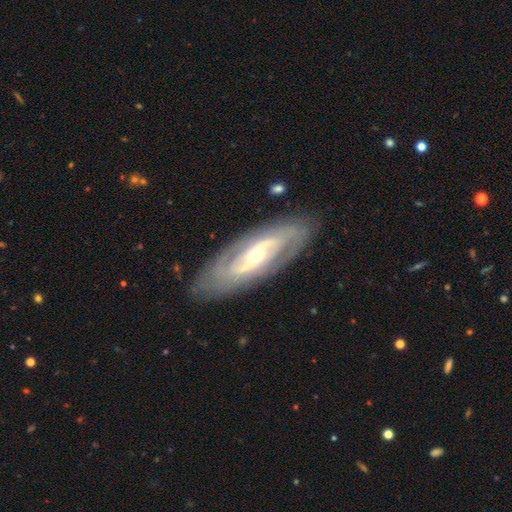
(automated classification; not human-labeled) Q: Smooth or featured?
A: featured or disk (82%); runner-up: smooth (13%)
Q: Edge-on disk?
A: no (86%); runner-up: yes (14%)
Q: Bar?
A: no (37%); runner-up: weak (32%)
Q: Spiral arms?
A: yes (75%); runner-up: no (25%)
Q: Spiral winding?
A: tight (54%); runner-up: medium (33%)
Q: Spiral arm count?
A: 2 (60%); runner-up: can't tell (28%)
Q: Bulge size?
A: small (54%); runner-up: moderate (42%)
Q: Merging?
A: none (84%); runner-up: minor disturbance (11%)